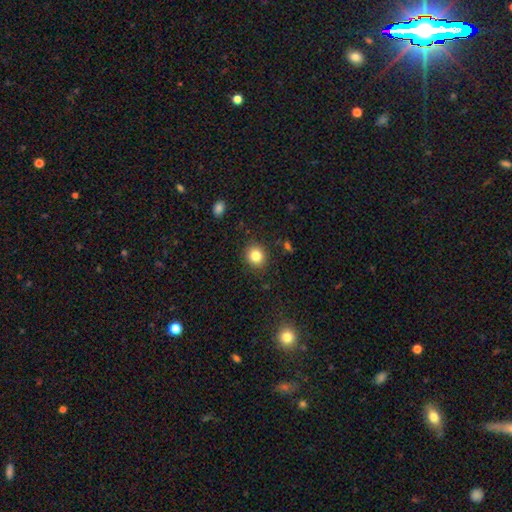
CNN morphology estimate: Smooth or featured?
  - smooth: 83% *
  - star or artifact: 11%
  - featured or disk: 6%
How rounded?
  - round: 84% *
  - in between: 16%
  - cigar-shaped: 1%
Merging?
  - none: 88% *
  - minor disturbance: 8%
  - major disturbance: 2%
  - merger: 1%